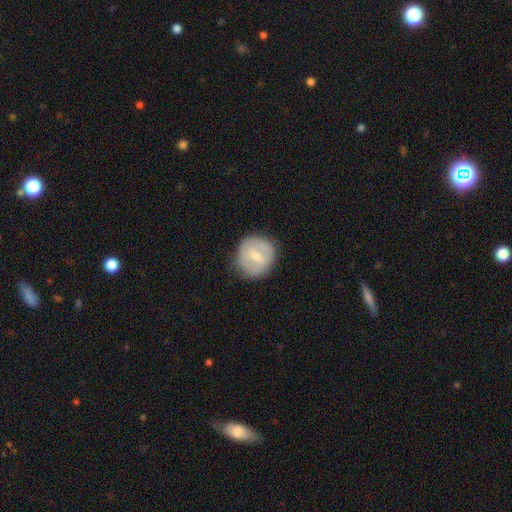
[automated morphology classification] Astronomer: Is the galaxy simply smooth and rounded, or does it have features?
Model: smooth — 54% (runner-up: featured or disk, 39%).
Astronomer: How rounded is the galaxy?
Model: round — 89%.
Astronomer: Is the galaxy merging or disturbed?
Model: none — 82%.